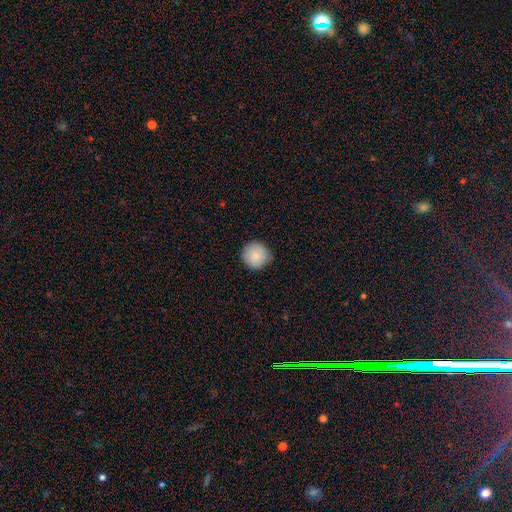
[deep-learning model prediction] A smooth galaxy with no disk features (87%) that is round (93%). Merging: none (84%).